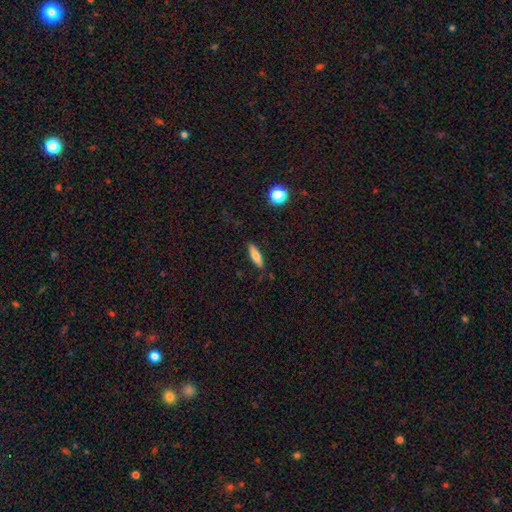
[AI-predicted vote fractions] Overall: smooth (71%). How rounded: cigar-shaped (61%; in between 36%). Merging: none (86%).